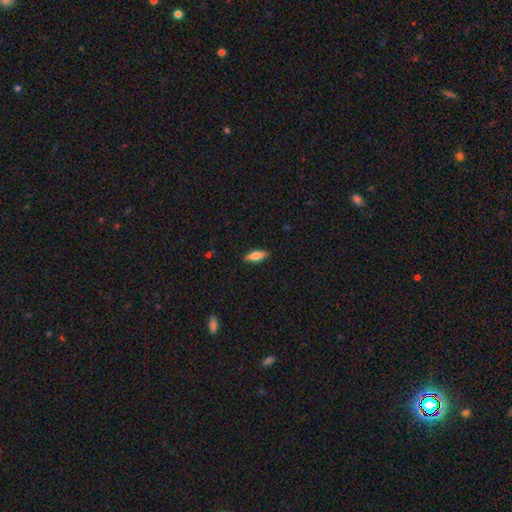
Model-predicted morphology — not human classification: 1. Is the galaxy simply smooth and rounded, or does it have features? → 67% smooth, 27% featured or disk, 7% star or artifact.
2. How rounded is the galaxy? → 65% in between, 32% cigar-shaped, 3% round.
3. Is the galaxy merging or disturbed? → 88% none, 9% minor disturbance, 2% major disturbance, 1% merger.